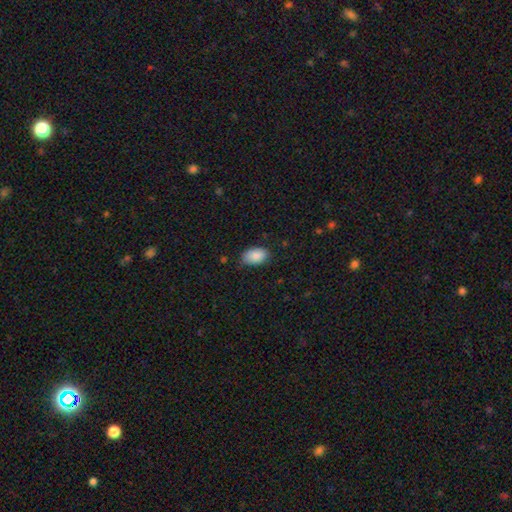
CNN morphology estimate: The model was most divided on "merging": none: 72%, minor disturbance: 23%, major disturbance: 4%, merger: 1%. More confident: how rounded — in between (92%); smooth or featured — smooth (88%).